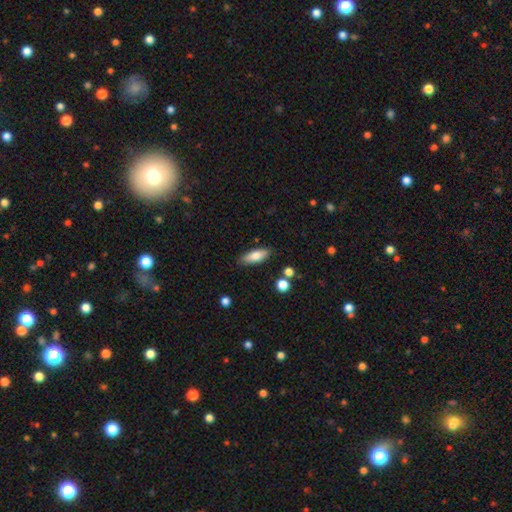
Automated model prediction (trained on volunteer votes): smooth_or_featured: smooth (p=0.77) [alt: featured or disk p=0.16]
how_rounded: in between (p=0.66) [alt: cigar-shaped p=0.31]
merging: none (p=0.84) [alt: minor disturbance p=0.11]